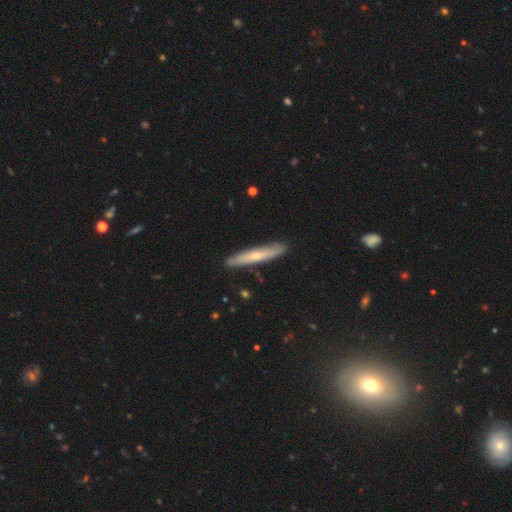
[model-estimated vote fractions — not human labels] Smooth or featured? smooth (52%)
How rounded? cigar-shaped (94%)
Merging? none (89%)